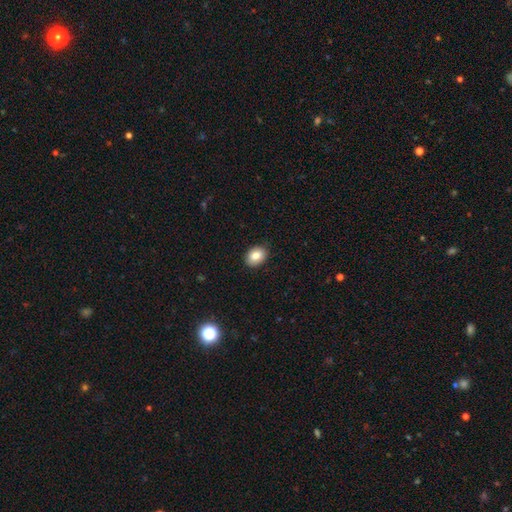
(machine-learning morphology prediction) This is clearly a smooth galaxy (84%). How rounded: likely in between (73%). Merging: clearly none (88%).